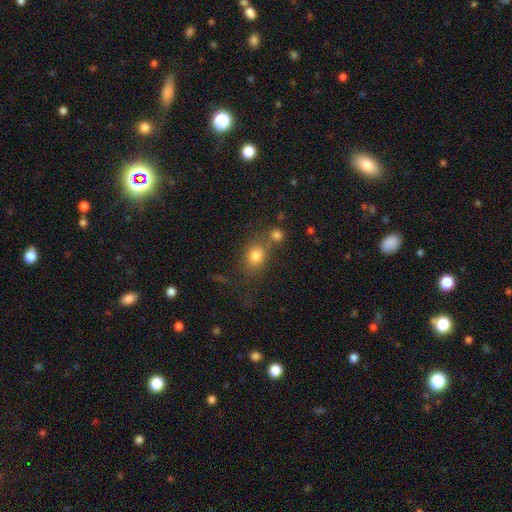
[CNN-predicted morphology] The model was most divided on "how rounded": round: 51%, in between: 48%, cigar-shaped: 2%. More confident: smooth or featured — smooth (79%); merging — none (55%).